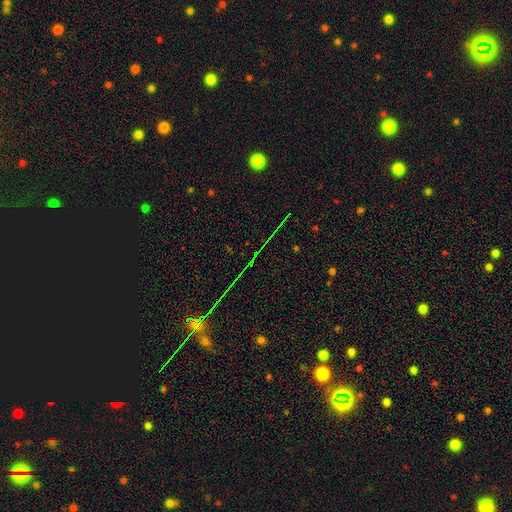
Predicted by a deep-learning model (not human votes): Smooth or featured: star or artifact — 76% (featured or disk — 13%)